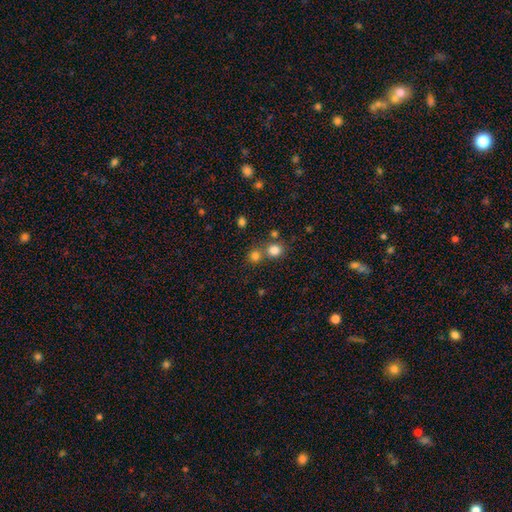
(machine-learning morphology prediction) Smooth or featured?
  - smooth: 77% *
  - star or artifact: 17%
  - featured or disk: 6%
How rounded?
  - round: 88% *
  - in between: 11%
  - cigar-shaped: 1%
Merging?
  - none: 60% *
  - merger: 31%
  - minor disturbance: 6%
  - major disturbance: 3%